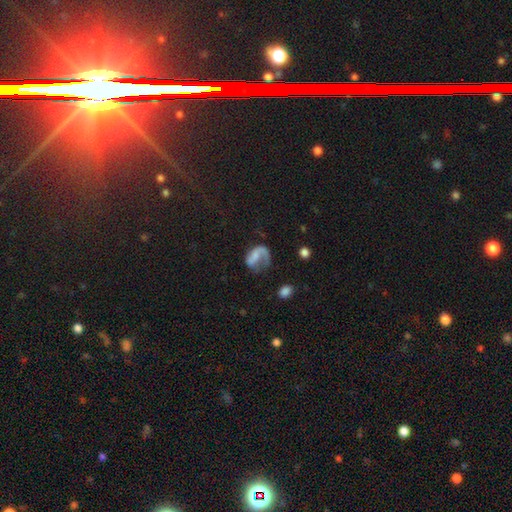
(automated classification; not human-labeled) Q: Smooth or featured?
A: featured or disk (61%); runner-up: smooth (30%)
Q: Edge-on disk?
A: no (97%); runner-up: yes (3%)
Q: Bar?
A: no (55%); runner-up: weak (33%)
Q: Spiral arms?
A: yes (83%); runner-up: no (17%)
Q: Bulge size?
A: none (44%); runner-up: small (34%)
Q: Merging?
A: major disturbance (45%); runner-up: none (32%)